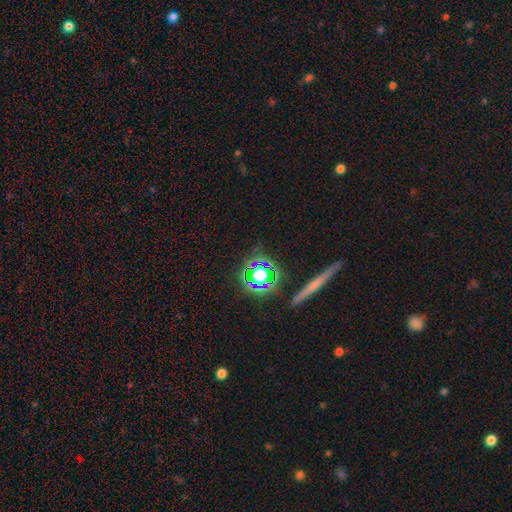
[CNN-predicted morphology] Smooth or featured? star or artifact (52%)